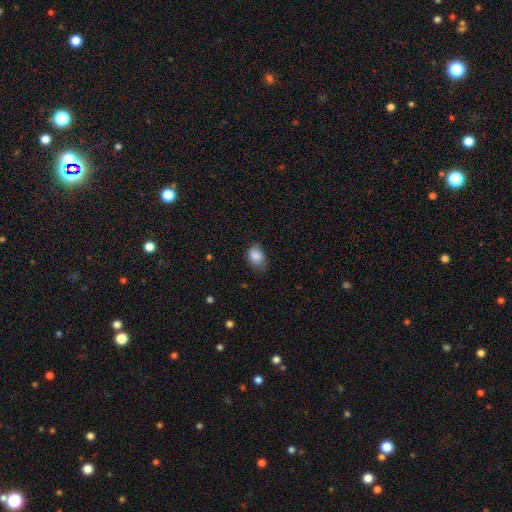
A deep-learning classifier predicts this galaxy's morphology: Smooth or featured? smooth (86%)
How rounded? in between (79%)
Merging? none (60%)